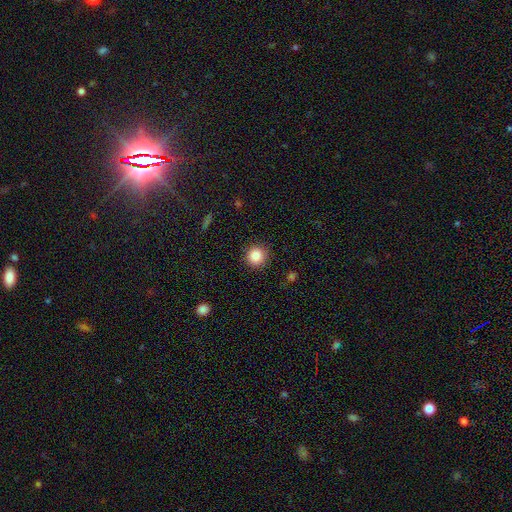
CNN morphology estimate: Q: Smooth or featured?
A: smooth (86%); runner-up: star or artifact (10%)
Q: How rounded?
A: round (93%); runner-up: in between (6%)
Q: Merging?
A: none (90%); runner-up: minor disturbance (7%)